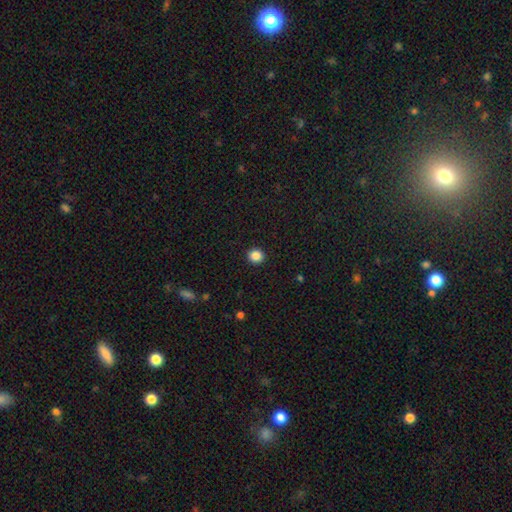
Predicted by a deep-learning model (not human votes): A smooth galaxy with no disk features (87%) that is round (91%).

Vote fractions:
- Smooth or featured? smooth: 87% / star or artifact: 10% / featured or disk: 3%
- How rounded? round: 91% / in between: 8% / cigar-shaped: 1%
- Merging? none: 93% / minor disturbance: 4% / major disturbance: 2% / merger: 1%